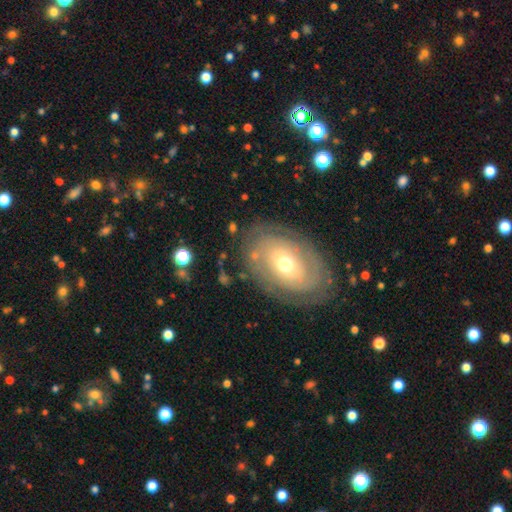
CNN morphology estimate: Overall: featured or disk (67%). Edge-on disk: no (94%). Bar: no (70%). Spiral arms: yes (64%; no 36%). Bulge size: moderate (67%). Merging: none (78%).